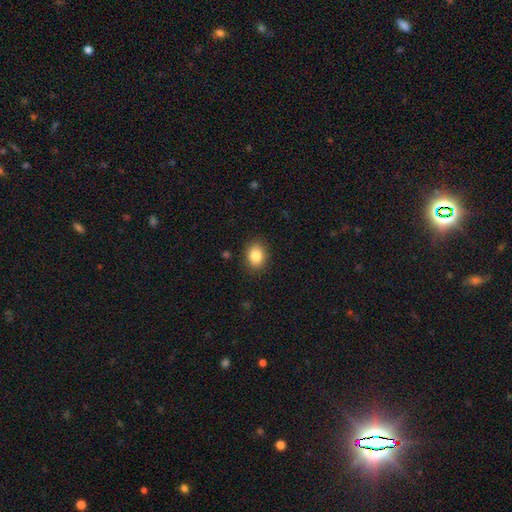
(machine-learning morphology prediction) This is clearly a smooth galaxy (85%). How rounded: possibly in between (58%). Merging: clearly none (88%).